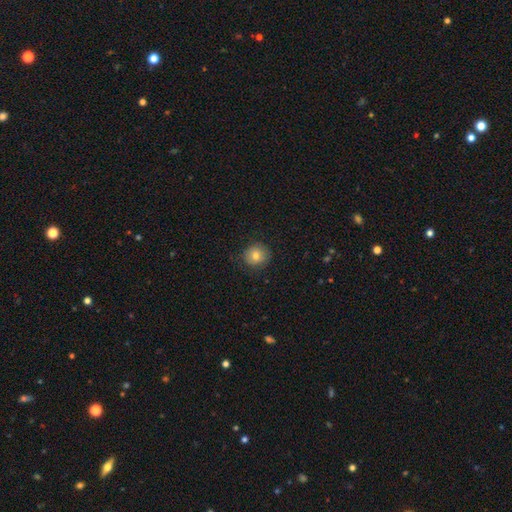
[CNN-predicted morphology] smooth_or_featured: smooth (p=0.77) [alt: featured or disk p=0.12]
how_rounded: round (p=0.88) [alt: in between p=0.11]
merging: none (p=0.85) [alt: minor disturbance p=0.11]